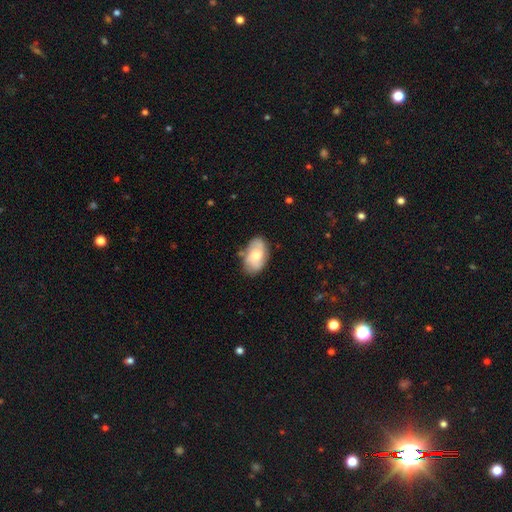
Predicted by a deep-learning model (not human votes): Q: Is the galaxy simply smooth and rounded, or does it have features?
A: smooth — 53%.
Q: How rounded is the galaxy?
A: in between — 91%.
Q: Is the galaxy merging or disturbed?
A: none — 71%.